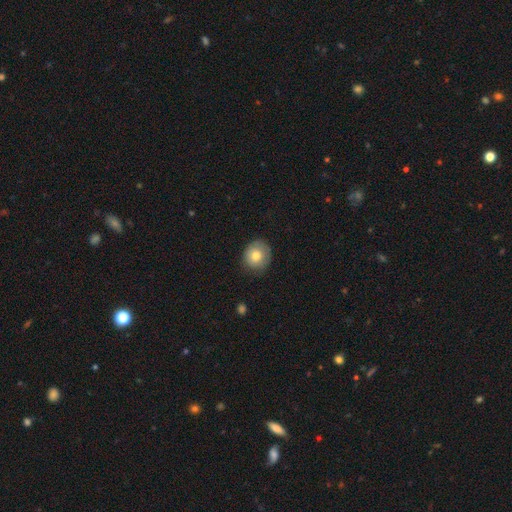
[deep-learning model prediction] smooth 76%, featured or disk 16%, star or artifact 8%. Down the decision tree: how rounded — round (81%); merging — none (79%).